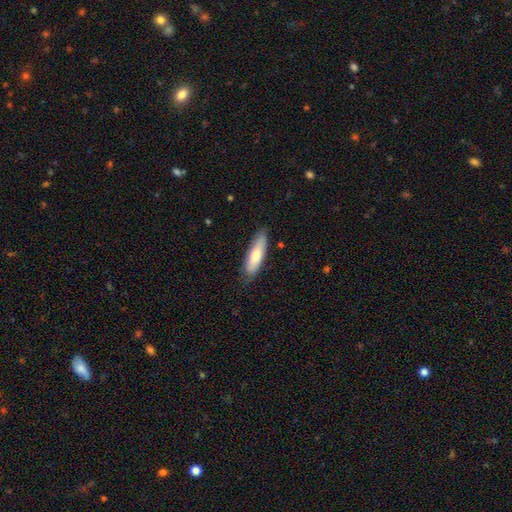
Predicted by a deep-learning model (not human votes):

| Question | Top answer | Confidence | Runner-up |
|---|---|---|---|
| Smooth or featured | smooth | 71% | featured or disk (23%) |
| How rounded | cigar-shaped | 58% | in between (41%) |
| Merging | none | 79% | minor disturbance (17%) |